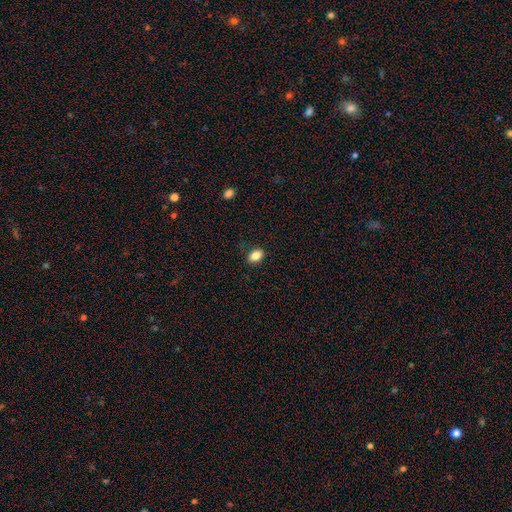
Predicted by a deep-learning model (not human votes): smooth-or-featured: smooth: 84% | star or artifact: 9% | featured or disk: 7%
  how-rounded: in between: 85% | round: 13% | cigar-shaped: 2%
  merging: none: 85% | minor disturbance: 11% | major disturbance: 2% | merger: 1%